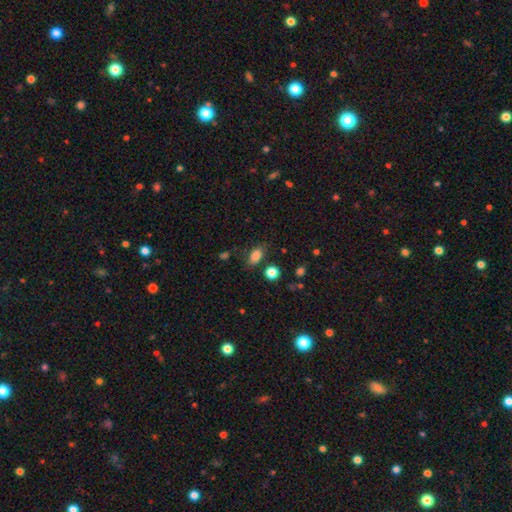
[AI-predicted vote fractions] A smooth galaxy with no disk features (84%) that is in between round and cigar-shaped (85%).

Vote fractions:
- Smooth or featured? smooth: 84% / star or artifact: 10% / featured or disk: 6%
- How rounded? in between: 85% / round: 13% / cigar-shaped: 3%
- Merging? none: 75% / minor disturbance: 16% / major disturbance: 5% / merger: 4%